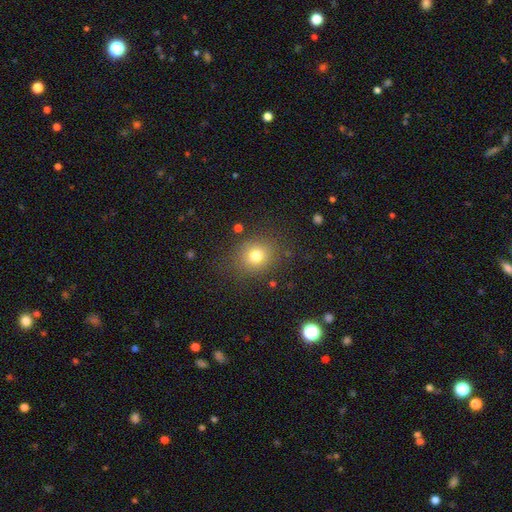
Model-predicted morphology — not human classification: This is likely a smooth galaxy (77%). How rounded: likely round (75%). Merging: clearly none (82%).